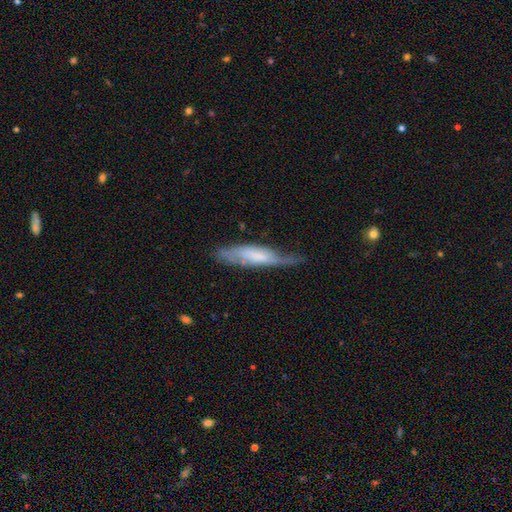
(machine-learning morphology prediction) Smooth or featured: featured or disk — 49% (smooth — 45%)
Merging: none — 50% (minor disturbance — 33%)